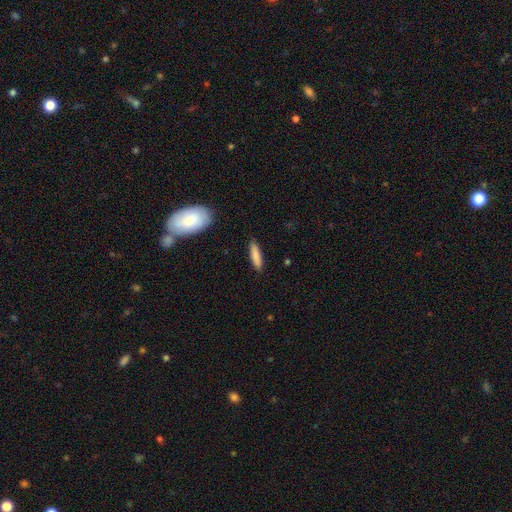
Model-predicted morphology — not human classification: Smooth or featured? Predicted: smooth (p=0.84). How rounded? Predicted: cigar-shaped (p=0.76). Merging? Predicted: none (p=0.88).